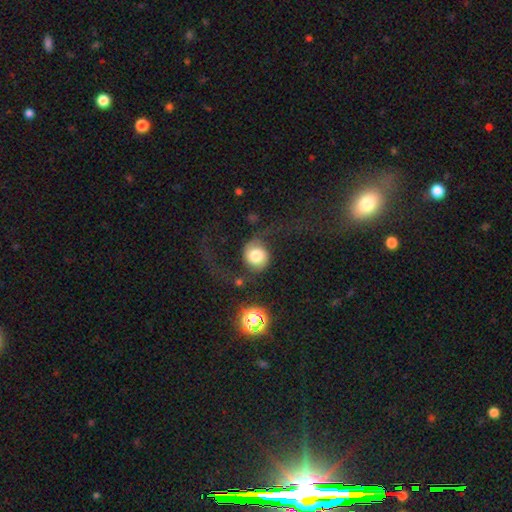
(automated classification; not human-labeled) Morphology: type=smooth (47%); merging=none (49%).